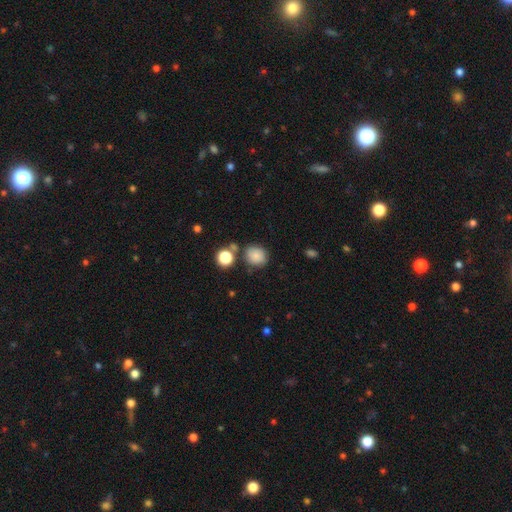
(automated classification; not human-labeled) Smooth or featured? Predicted: smooth (p=0.84). How rounded? Predicted: round (p=0.72). Merging? Predicted: none (p=0.71).